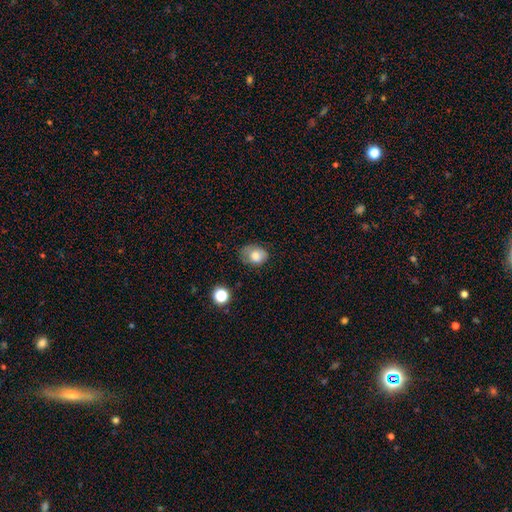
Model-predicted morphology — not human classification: Smooth or featured? Predicted: smooth (p=0.77). How rounded? Predicted: in between (p=0.60). Merging? Predicted: none (p=0.59).